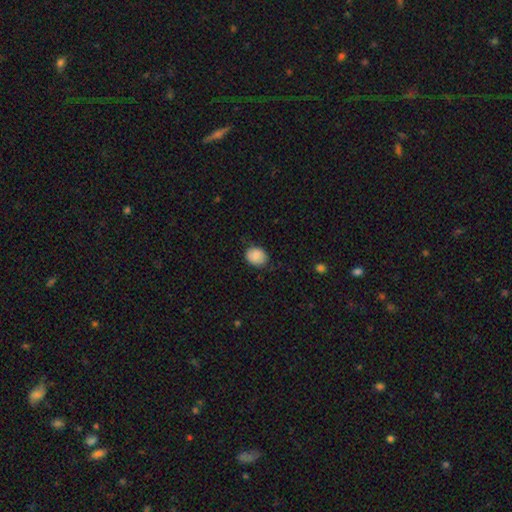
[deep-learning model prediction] Smooth or featured? Predicted: smooth (p=0.87). How rounded? Predicted: round (p=0.50). Merging? Predicted: none (p=0.79).